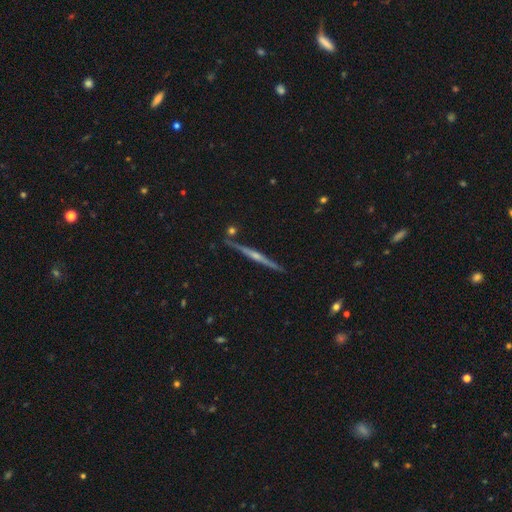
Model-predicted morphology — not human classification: Overall: featured or disk (83%). Edge-on disk: yes (98%). Edge-on bulge: rounded (82%). Merging: none (89%).